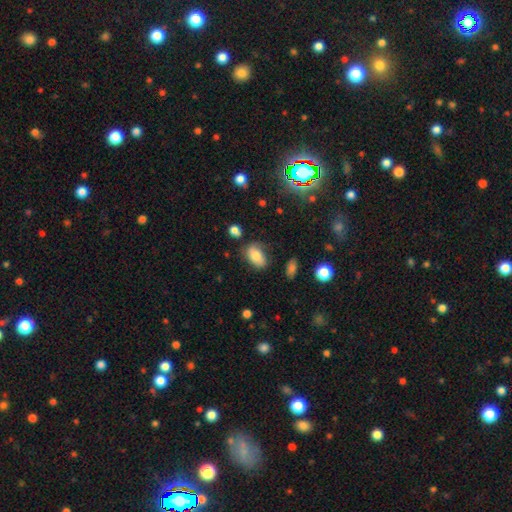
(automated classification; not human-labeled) The model was most divided on "merging": none: 56%, minor disturbance: 29%, major disturbance: 12%, merger: 3%. More confident: how rounded — in between (88%); smooth or featured — smooth (72%).